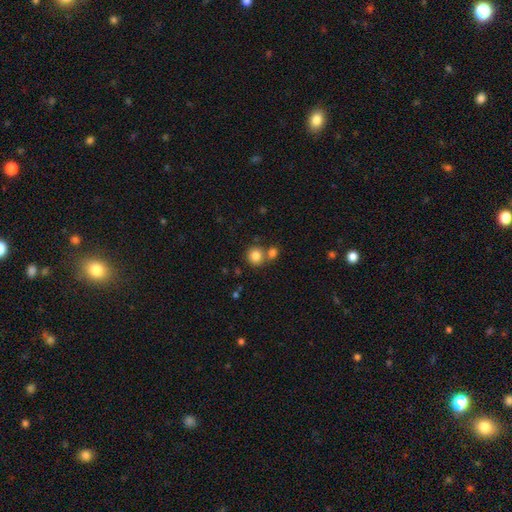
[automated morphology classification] smooth-or-featured: smooth: 83% | star or artifact: 10% | featured or disk: 7%
  how-rounded: round: 88% | in between: 11% | cigar-shaped: 1%
  merging: none: 60% | merger: 30% | minor disturbance: 8% | major disturbance: 3%